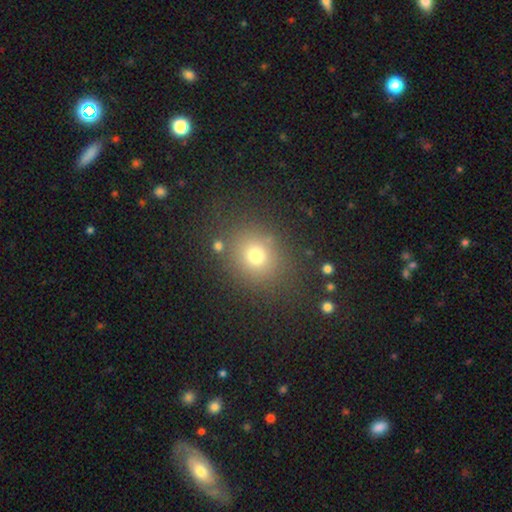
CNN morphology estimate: Smooth or featured: smooth — 74% (star or artifact — 17%)
How rounded: round — 71% (in between — 28%)
Merging: none — 81% (minor disturbance — 11%)